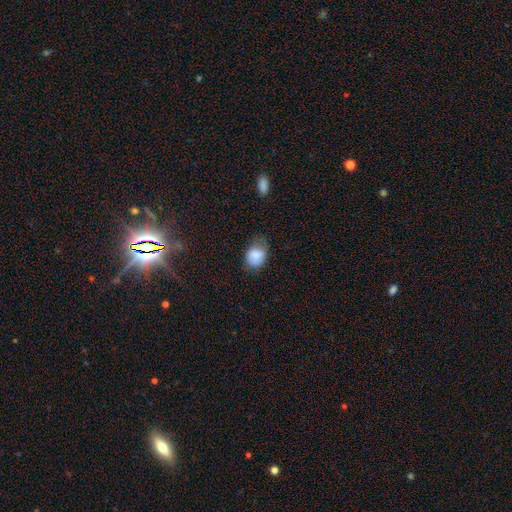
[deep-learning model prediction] A smooth galaxy with no disk features (83%) that is in between round and cigar-shaped (54%). Merging: none (51%).